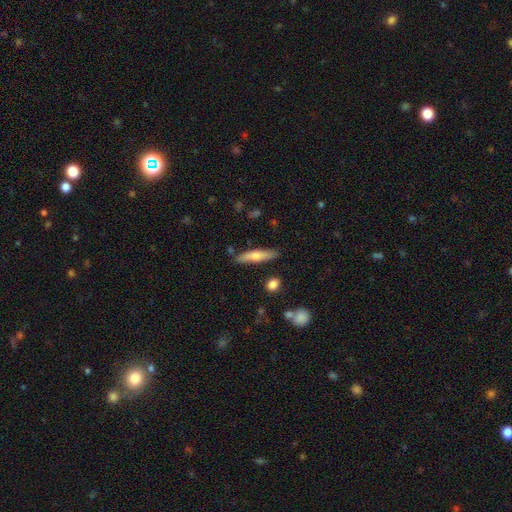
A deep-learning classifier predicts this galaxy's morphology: This appears to be a smooth galaxy with no disk features (59%) that is cigar-shaped (83%). Merging: none (84%).